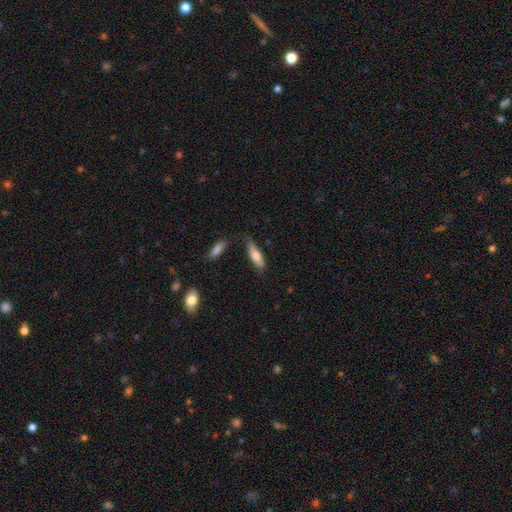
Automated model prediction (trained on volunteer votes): Smooth or featured?
  - smooth: 73% *
  - featured or disk: 20%
  - star or artifact: 6%
How rounded?
  - cigar-shaped: 50% *
  - in between: 48%
  - round: 2%
Merging?
  - none: 59% *
  - minor disturbance: 28%
  - major disturbance: 8%
  - merger: 5%